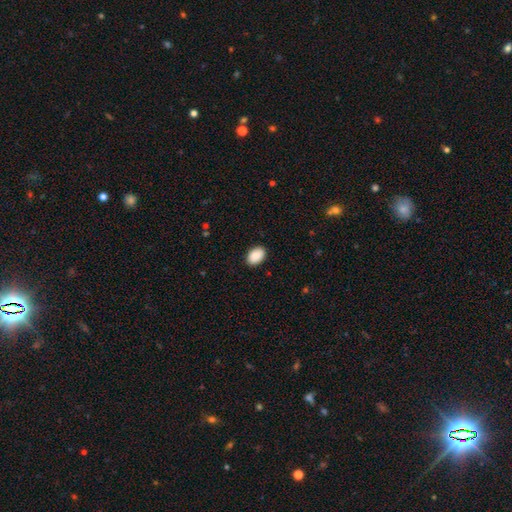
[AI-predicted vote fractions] Overall: smooth (89%). How rounded: in between (86%). Merging: none (89%).